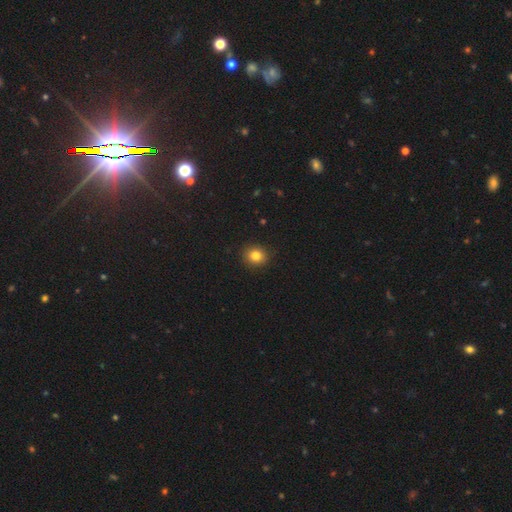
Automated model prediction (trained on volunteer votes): Smooth or featured?
  - smooth: 83% *
  - star or artifact: 11%
  - featured or disk: 6%
How rounded?
  - round: 79% *
  - in between: 20%
  - cigar-shaped: 1%
Merging?
  - none: 90% *
  - minor disturbance: 7%
  - major disturbance: 2%
  - merger: 1%